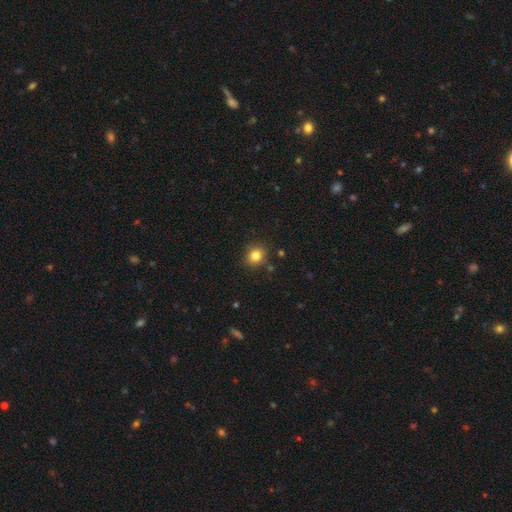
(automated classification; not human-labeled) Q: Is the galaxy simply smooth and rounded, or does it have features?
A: smooth — 82%.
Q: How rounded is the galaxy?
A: round — 75%.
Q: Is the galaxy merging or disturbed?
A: none — 86%.